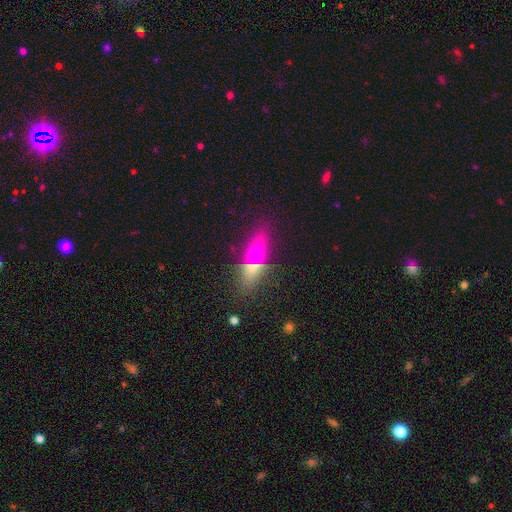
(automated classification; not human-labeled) Smooth or featured?
  - smooth: 53% *
  - featured or disk: 30%
  - star or artifact: 17%
How rounded?
  - in between: 49% *
  - cigar-shaped: 40%
  - round: 11%
Merging?
  - none: 72% *
  - minor disturbance: 12%
  - merger: 10%
  - major disturbance: 6%